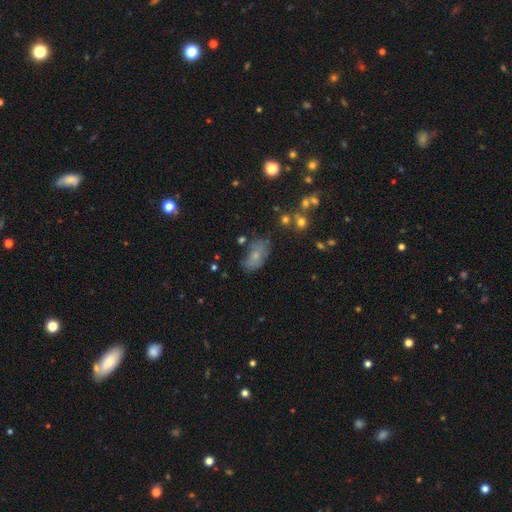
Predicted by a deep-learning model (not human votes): The model was most divided on "merging": none: 58%, minor disturbance: 27%, major disturbance: 10%, merger: 5%. More confident: how rounded — in between (90%); smooth or featured — smooth (62%).